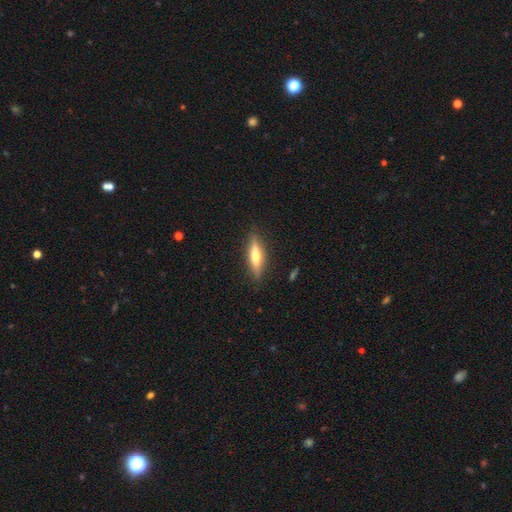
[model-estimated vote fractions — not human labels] smooth-or-featured: smooth: 48% | featured or disk: 46% | star or artifact: 7%
  merging: none: 87% | minor disturbance: 10% | major disturbance: 2% | merger: 1%